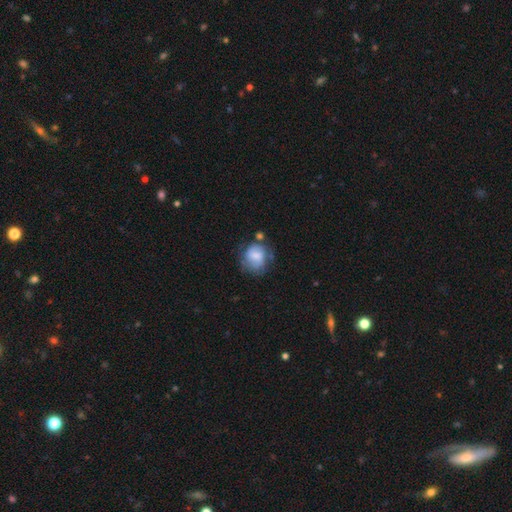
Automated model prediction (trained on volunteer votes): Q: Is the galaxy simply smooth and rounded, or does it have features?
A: smooth — 52%.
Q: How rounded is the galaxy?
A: round — 68%.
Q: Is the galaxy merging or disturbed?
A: none — 55%.